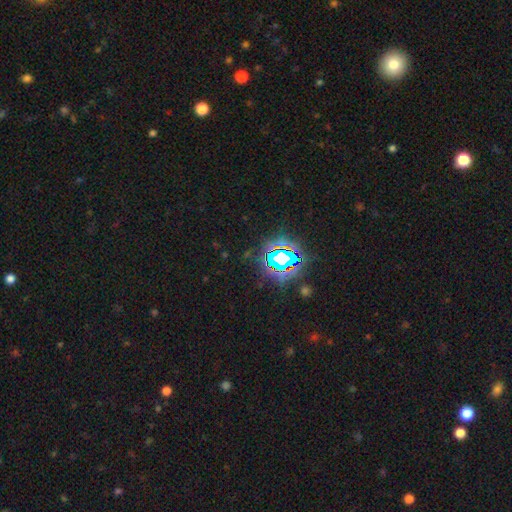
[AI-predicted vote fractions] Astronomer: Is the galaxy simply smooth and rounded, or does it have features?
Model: star or artifact — 81%.